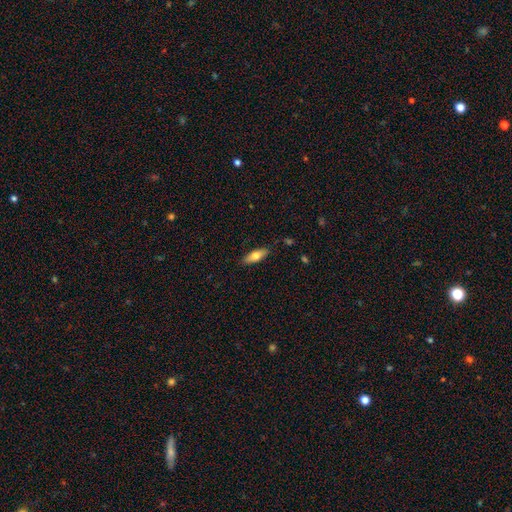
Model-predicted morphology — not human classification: Smooth or featured? smooth (68%)
How rounded? in between (63%)
Merging? none (87%)